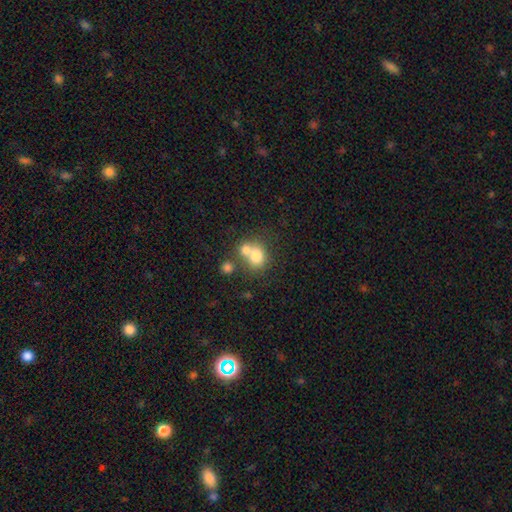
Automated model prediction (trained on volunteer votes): smooth_or_featured: smooth (p=0.74) [alt: featured or disk p=0.15]
how_rounded: round (p=0.71) [alt: in between p=0.28]
merging: merger (p=0.53) [alt: none p=0.35]